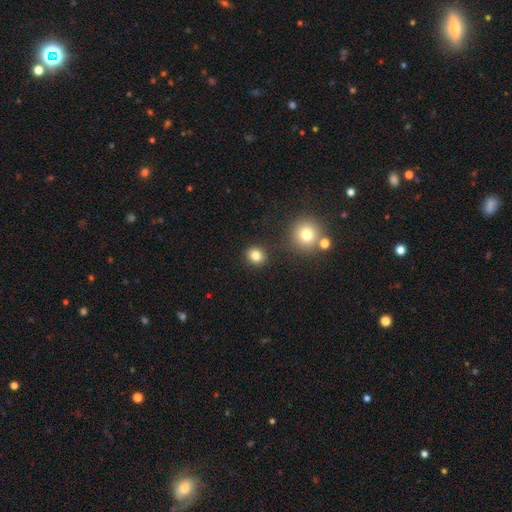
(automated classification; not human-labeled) Smooth or featured? smooth (81%)
How rounded? round (80%)
Merging? none (87%)